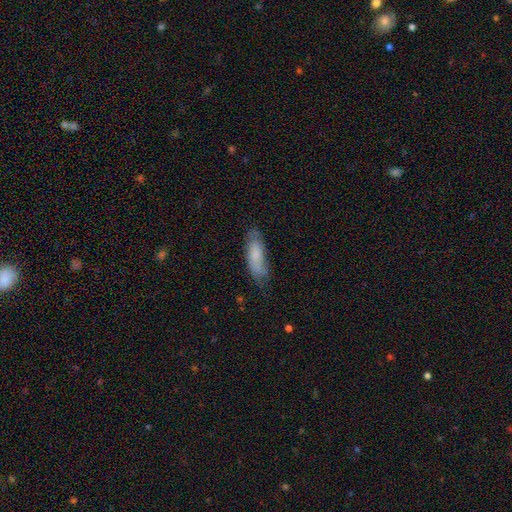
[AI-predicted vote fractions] Smooth or featured? smooth (73%)
How rounded? in between (58%)
Merging? none (61%)